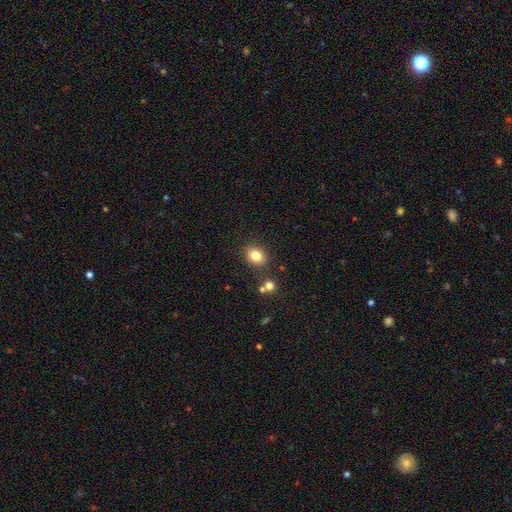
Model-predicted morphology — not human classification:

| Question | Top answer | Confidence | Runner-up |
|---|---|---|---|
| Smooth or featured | smooth | 81% | star or artifact (11%) |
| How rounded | round | 62% | in between (37%) |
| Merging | none | 82% | minor disturbance (10%) |